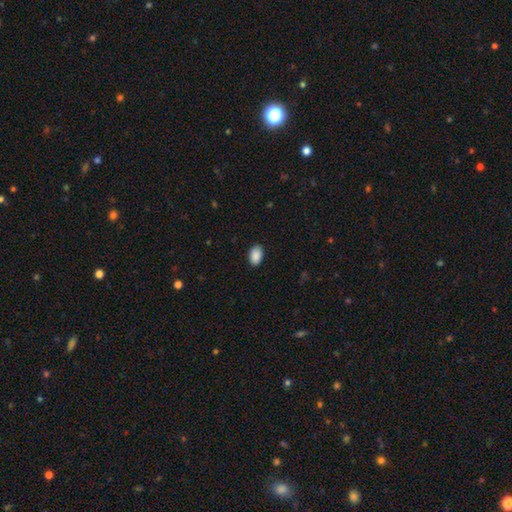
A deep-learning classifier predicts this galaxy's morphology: Smooth or featured?
  - smooth: 90% *
  - star or artifact: 7%
  - featured or disk: 3%
How rounded?
  - in between: 92% *
  - round: 7%
  - cigar-shaped: 1%
Merging?
  - none: 88% *
  - minor disturbance: 9%
  - major disturbance: 2%
  - merger: 1%